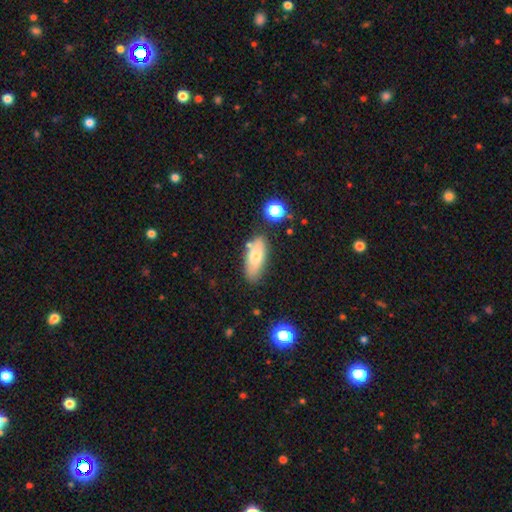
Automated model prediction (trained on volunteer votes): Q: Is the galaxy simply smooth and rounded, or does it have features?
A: smooth — 70%.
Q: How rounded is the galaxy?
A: in between — 75%.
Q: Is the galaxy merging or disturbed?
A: none — 73%.